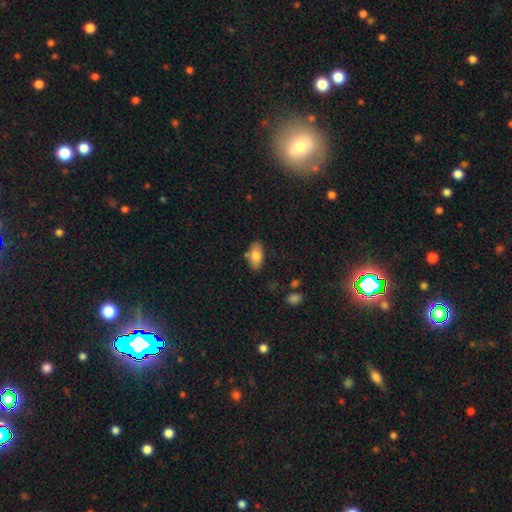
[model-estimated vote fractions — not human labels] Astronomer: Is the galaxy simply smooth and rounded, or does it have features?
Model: smooth — 80%.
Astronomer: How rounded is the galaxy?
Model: in between — 92%.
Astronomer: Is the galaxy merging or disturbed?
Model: none — 78%.